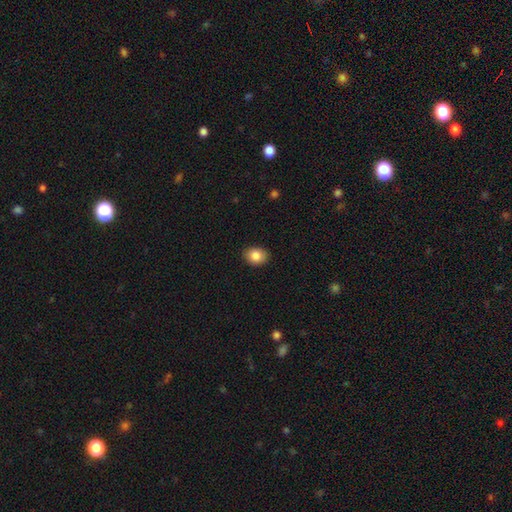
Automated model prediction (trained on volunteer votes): The model was most divided on "how rounded": in between: 59%, round: 40%, cigar-shaped: 1%. More confident: merging — none (89%); smooth or featured — smooth (85%).